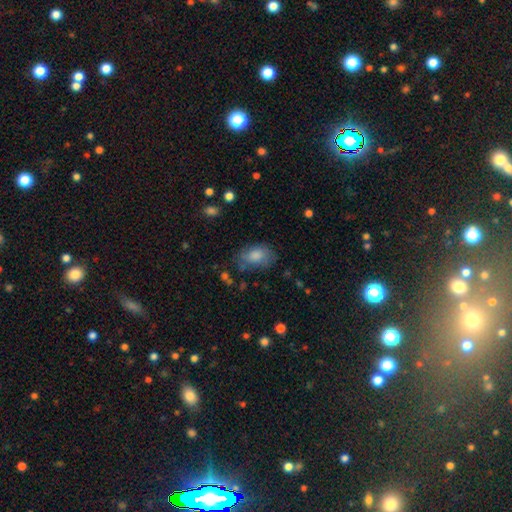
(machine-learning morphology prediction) Smooth or featured?
  - smooth: 76% *
  - featured or disk: 17%
  - star or artifact: 8%
How rounded?
  - in between: 83% *
  - round: 16%
  - cigar-shaped: 1%
Merging?
  - none: 61% *
  - minor disturbance: 25%
  - major disturbance: 11%
  - merger: 2%